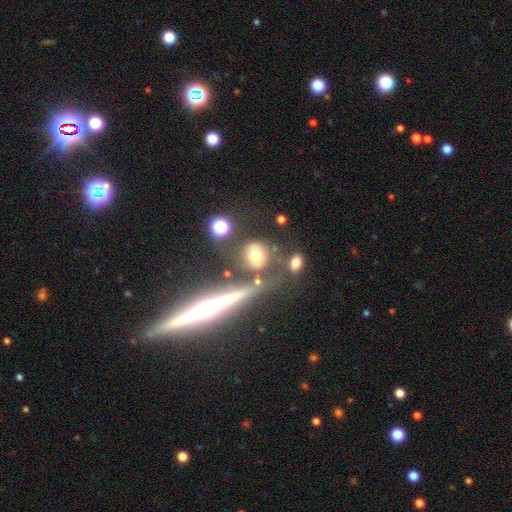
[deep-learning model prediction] The model was most divided on "smooth or featured": smooth: 61%, featured or disk: 22%, star or artifact: 17%. More confident: how rounded — round (68%); merging — none (57%).